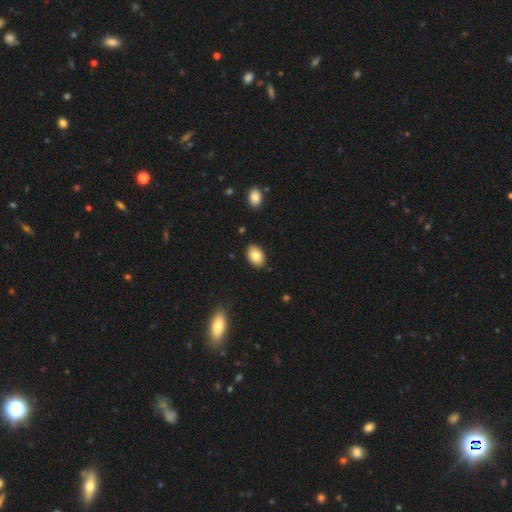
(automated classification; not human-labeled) smooth 82%, featured or disk 10%, star or artifact 7%. Down the decision tree: how rounded — in between (85%); merging — none (89%).